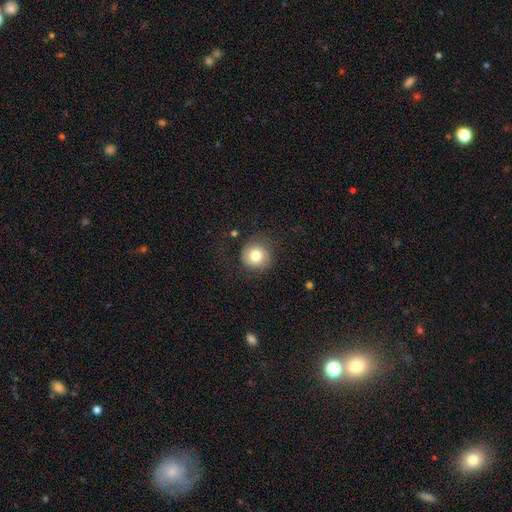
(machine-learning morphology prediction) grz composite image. It shows a smooth galaxy with no disk features (76%) that is round (92%). Merging: none (76%).